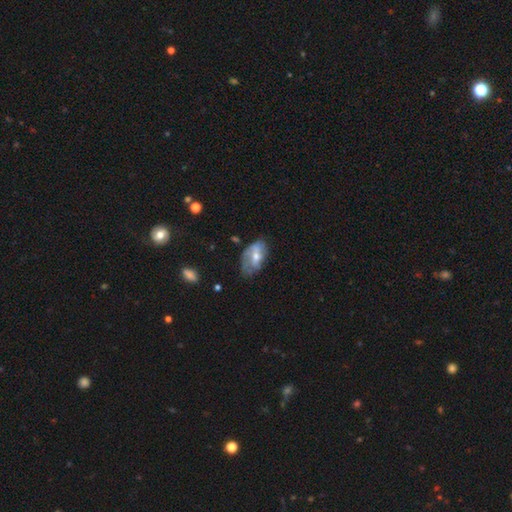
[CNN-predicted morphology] smooth-or-featured: featured or disk: 50% | smooth: 43% | star or artifact: 7%
  disk-edge-on: no: 92% | yes: 8%
  merging: none: 43% | minor disturbance: 34% | major disturbance: 19% | merger: 4%